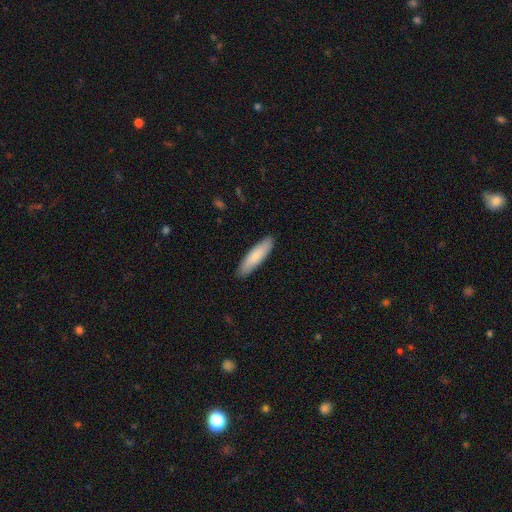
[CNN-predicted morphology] A smooth galaxy with no disk features (82%) that is cigar-shaped (74%).

Vote fractions:
- Smooth or featured? smooth: 82% / featured or disk: 13% / star or artifact: 5%
- How rounded? cigar-shaped: 74% / in between: 25% / round: 1%
- Merging? none: 90% / minor disturbance: 8% / major disturbance: 1% / merger: 1%